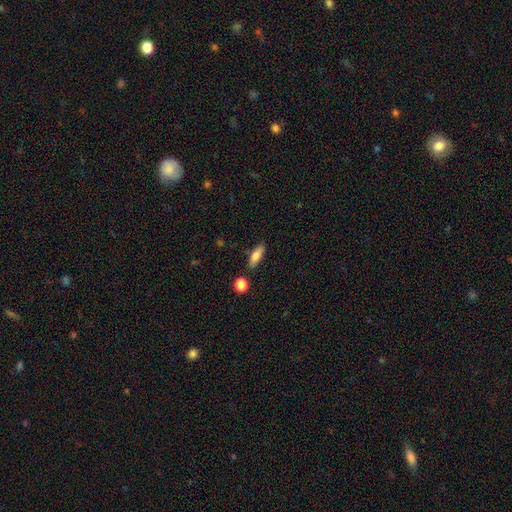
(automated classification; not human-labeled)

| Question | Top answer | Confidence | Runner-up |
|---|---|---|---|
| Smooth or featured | smooth | 78% | featured or disk (14%) |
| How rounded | in between | 57% | cigar-shaped (39%) |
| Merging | none | 83% | minor disturbance (11%) |